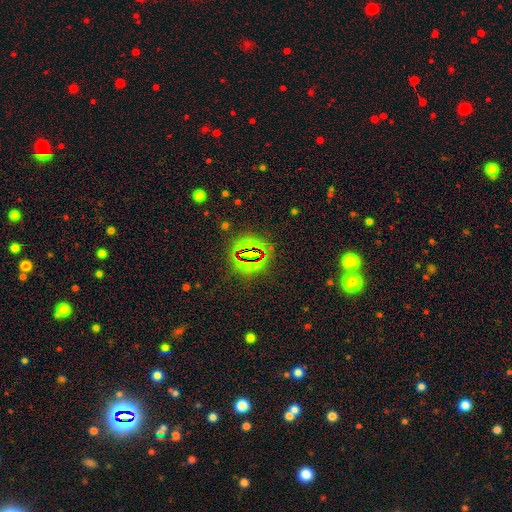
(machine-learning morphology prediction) Smooth or featured? Predicted: star or artifact (p=0.65).